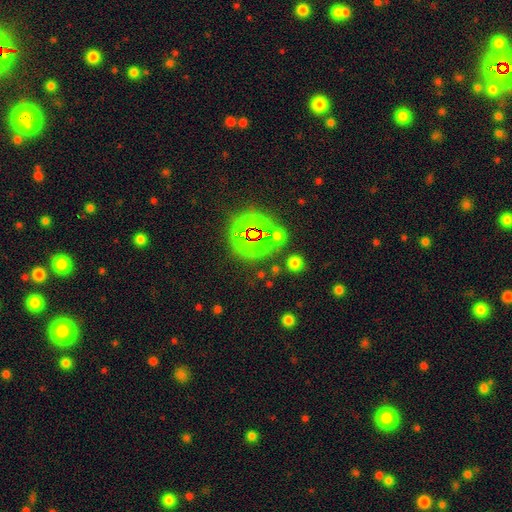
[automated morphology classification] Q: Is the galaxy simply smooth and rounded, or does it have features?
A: star or artifact — 68%.